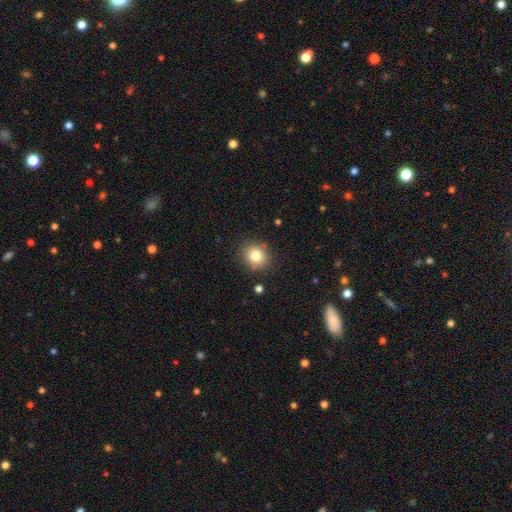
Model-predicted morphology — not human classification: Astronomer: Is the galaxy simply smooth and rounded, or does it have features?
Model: smooth — 80%.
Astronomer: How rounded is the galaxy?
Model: round — 74%.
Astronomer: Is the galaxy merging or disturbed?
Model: none — 86%.